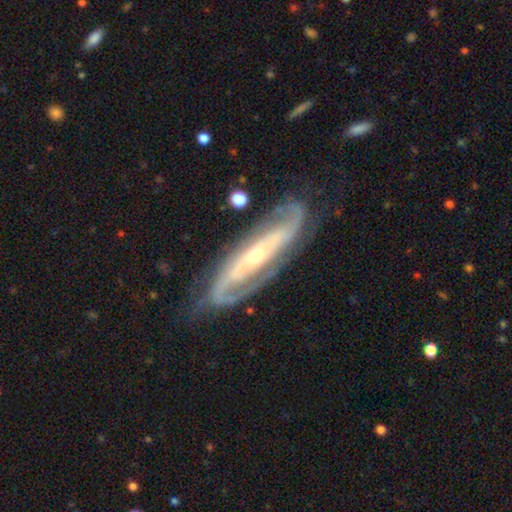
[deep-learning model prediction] This appears to be a featured or disk galaxy (89%) with a strong bar (43%), 2 (87%) medium (43%) spiral arms (97%) and a small central bulge (62%). Merging: none (77%).